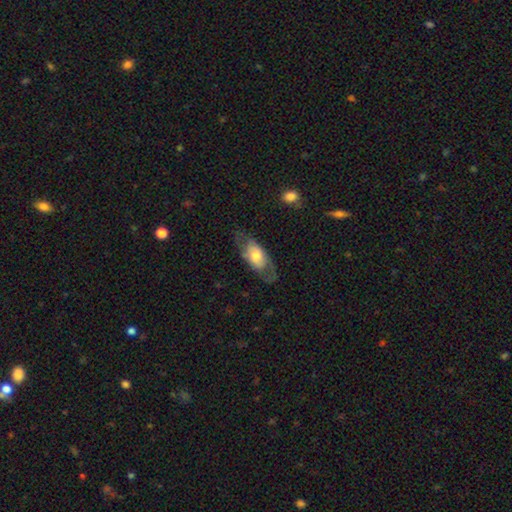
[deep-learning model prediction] smooth_or_featured: featured or disk (p=0.50) [alt: smooth p=0.44]
merging: none (p=0.63) [alt: minor disturbance p=0.21]